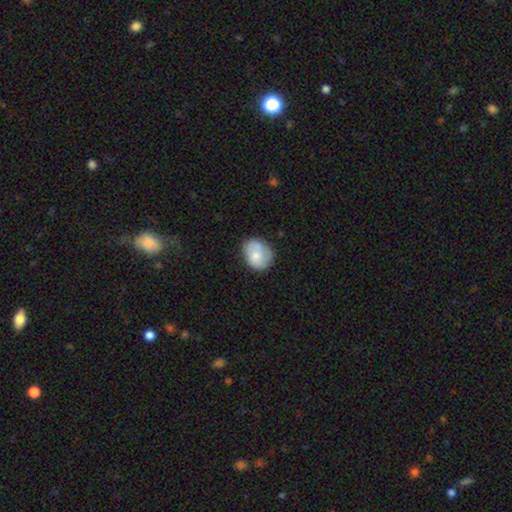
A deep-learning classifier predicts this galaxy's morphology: Overall: smooth (62%; featured or disk 31%). How rounded: round (57%; in between 42%). Merging: none (67%).